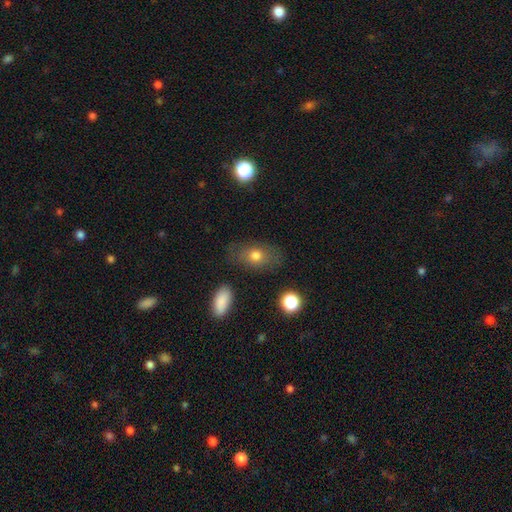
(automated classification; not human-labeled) This appears to be a smooth galaxy with no disk features (75%) that is in between round and cigar-shaped (77%). Merging: none (72%).